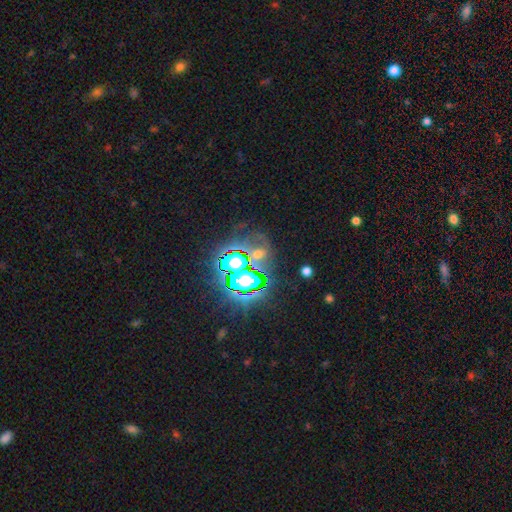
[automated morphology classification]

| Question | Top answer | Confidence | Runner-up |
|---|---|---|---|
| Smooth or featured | star or artifact | 68% | featured or disk (17%) |